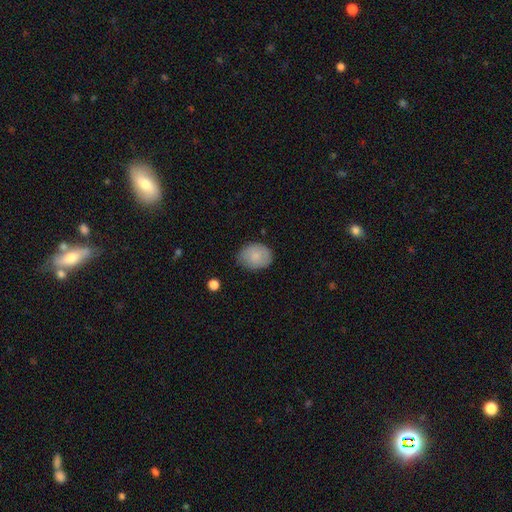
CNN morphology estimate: The model was most divided on "how rounded": in between: 52%, round: 47%, cigar-shaped: 1%. More confident: smooth or featured — smooth (82%); merging — none (75%).